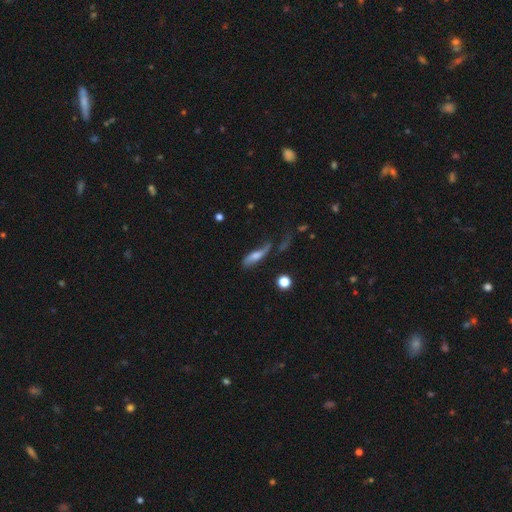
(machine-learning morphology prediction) Q: Smooth or featured?
A: smooth (46%); runner-up: featured or disk (44%)
Q: Merging?
A: none (40%); runner-up: minor disturbance (28%)